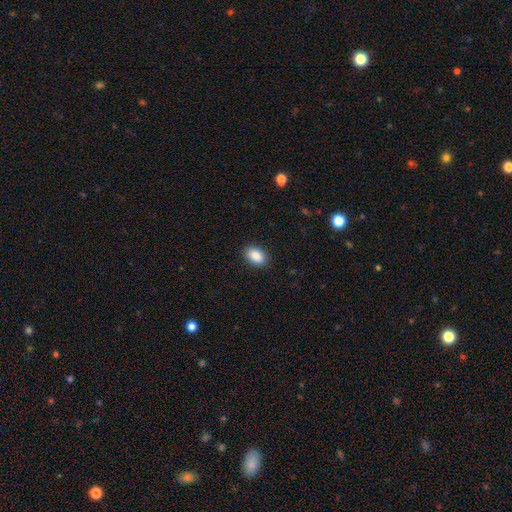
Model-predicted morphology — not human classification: The model was most divided on "how rounded": in between: 88%, round: 10%, cigar-shaped: 1%. More confident: merging — none (89%); smooth or featured — smooth (88%).